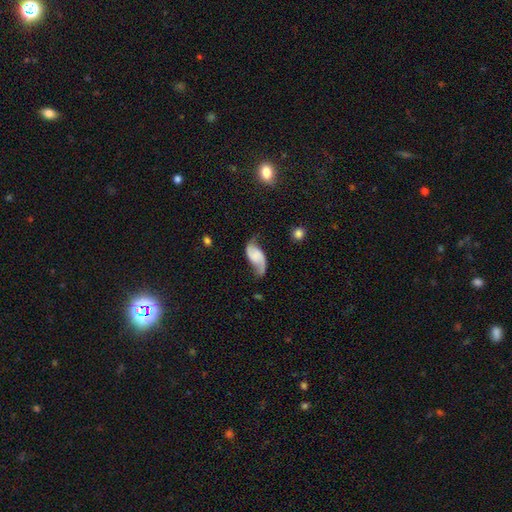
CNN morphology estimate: A featured or disk galaxy (76%) with no bar (56%), 2 (90%) loose (70%) spiral arms (95%) and no central bulge (56%). Merging: none (61%).